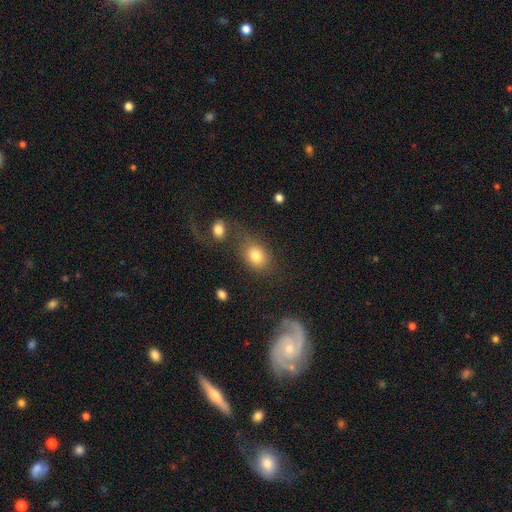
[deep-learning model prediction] smooth-or-featured: smooth: 80% | featured or disk: 10% | star or artifact: 10%
  how-rounded: in between: 63% | round: 36% | cigar-shaped: 2%
  merging: none: 57% | merger: 17% | minor disturbance: 16% | major disturbance: 10%